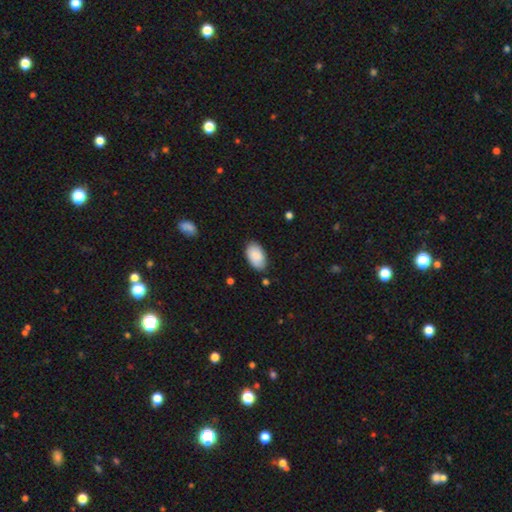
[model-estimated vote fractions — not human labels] smooth_or_featured: smooth (p=0.89) [alt: star or artifact p=0.06]
how_rounded: in between (p=0.95) [alt: round p=0.04]
merging: none (p=0.79) [alt: minor disturbance p=0.16]